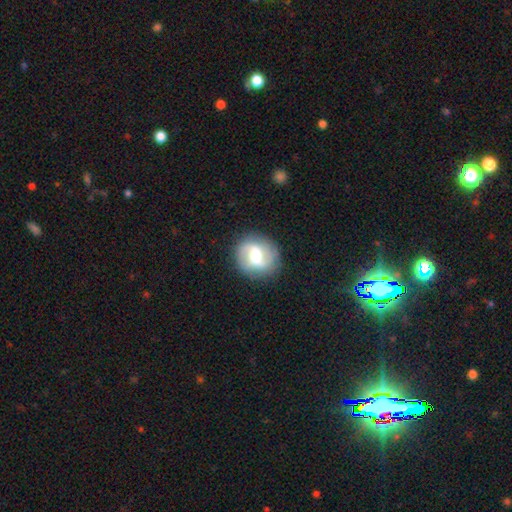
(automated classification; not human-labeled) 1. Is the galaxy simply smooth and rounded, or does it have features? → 68% featured or disk, 25% smooth, 7% star or artifact.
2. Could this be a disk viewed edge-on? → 97% no, 3% yes.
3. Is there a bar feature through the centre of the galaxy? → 52% weak, 27% strong, 21% no.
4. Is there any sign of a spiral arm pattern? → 85% yes, 15% no.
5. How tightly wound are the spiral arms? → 44% medium, 37% loose, 19% tight.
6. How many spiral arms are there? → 87% 2, 6% can't tell, 3% 1, 2% 3, 1% 4, 1% more than 4.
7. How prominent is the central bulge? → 66% moderate, 16% large, 15% small, 2% dominant, 1% none.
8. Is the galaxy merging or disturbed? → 85% none, 10% minor disturbance, 4% major disturbance, 1% merger.